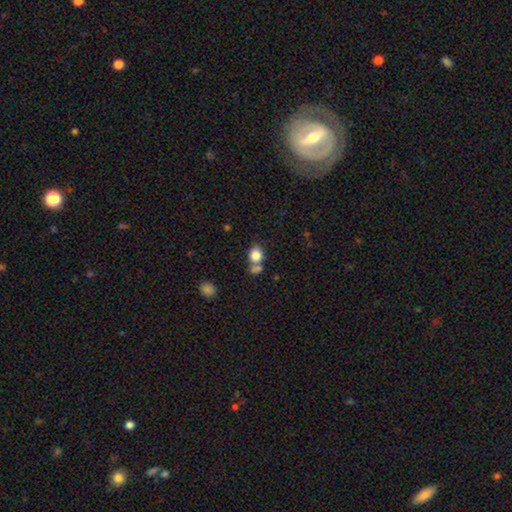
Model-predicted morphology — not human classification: This is clearly a smooth galaxy (82%). How rounded: likely round (60%). Merging: possibly none (50%).